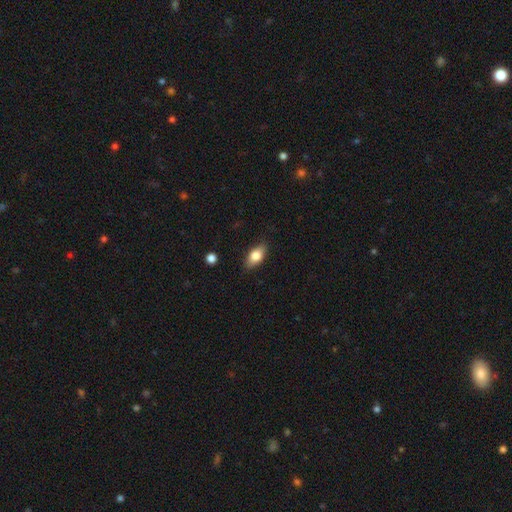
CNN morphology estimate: Smooth or featured: smooth — 74% (featured or disk — 18%)
How rounded: in between — 86% (cigar-shaped — 8%)
Merging: none — 84% (minor disturbance — 12%)